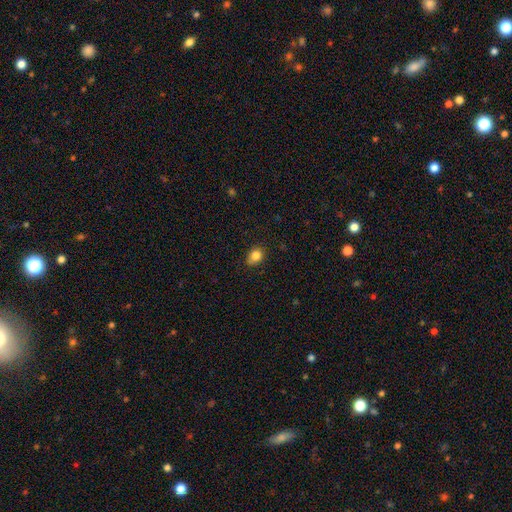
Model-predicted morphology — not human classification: This appears to be a smooth galaxy with no disk features (83%) that is round (55%). Merging: none (73%).